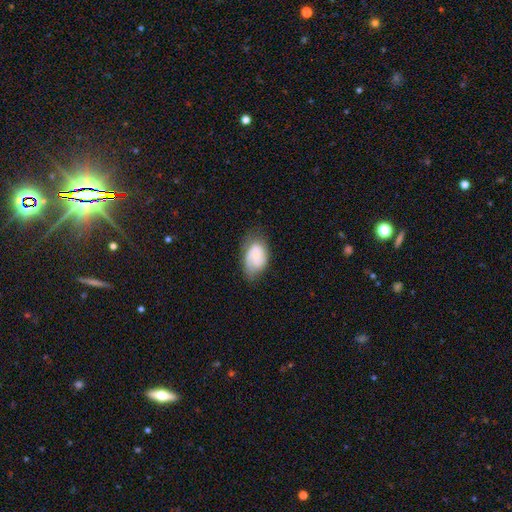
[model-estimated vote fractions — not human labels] Smooth or featured? featured or disk (57%)
Edge-on disk? no (96%)
Bar? no (60%)
Spiral arms? yes (88%)
Bulge size? small (60%)
Merging? none (63%)